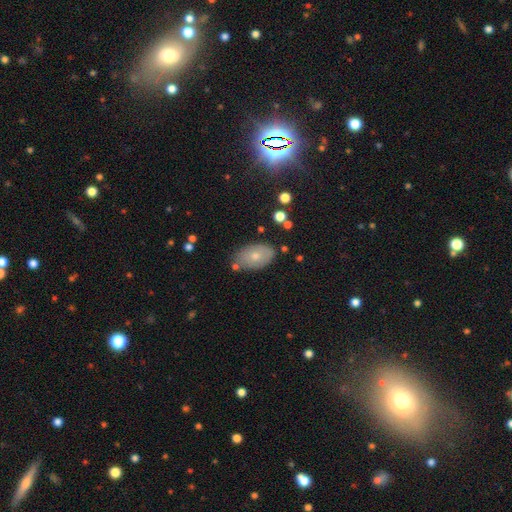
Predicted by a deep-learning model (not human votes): smooth 71%, featured or disk 21%, star or artifact 8%. Down the decision tree: how rounded — in between (91%); merging — none (75%).